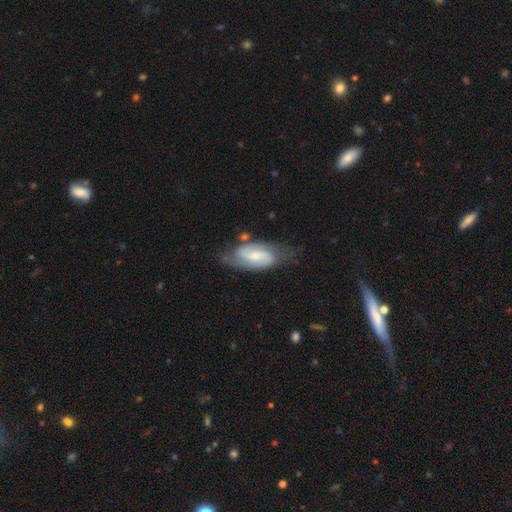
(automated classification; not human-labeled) A featured or disk galaxy (70%) with a weak bar (50%), 2 (85%) medium (48%) spiral arms (93%) and a small central bulge (47%).

Vote fractions:
- Smooth or featured? featured or disk: 70% / smooth: 24% / star or artifact: 6%
- Edge-on disk? no: 94% / yes: 6%
- Bar? weak: 50% / no: 31% / strong: 20%
- Spiral arms? yes: 93% / no: 7%
- Spiral winding? medium: 48% / tight: 26% / loose: 26%
- Spiral arm count? 2: 85% / can't tell: 9% / 1: 3% / 3: 2% / 4: 1% / more than 4: 1%
- Bulge size? small: 47% / moderate: 37% / none: 10% / large: 5% / dominant: 1%
- Merging? none: 60% / minor disturbance: 26% / major disturbance: 10% / merger: 4%